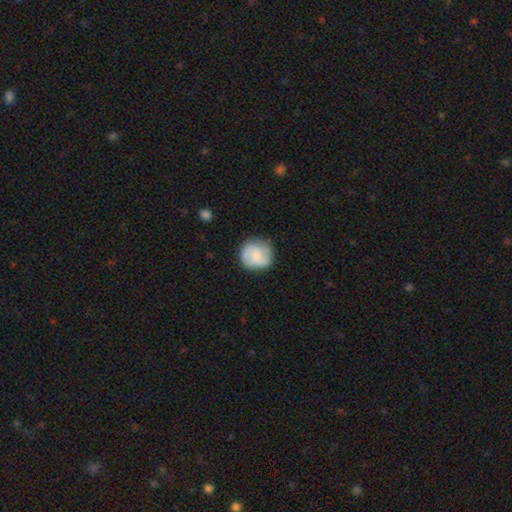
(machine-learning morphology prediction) Q: Smooth or featured?
A: smooth (55%); runner-up: featured or disk (38%)
Q: How rounded?
A: round (89%); runner-up: in between (10%)
Q: Merging?
A: none (76%); runner-up: minor disturbance (17%)